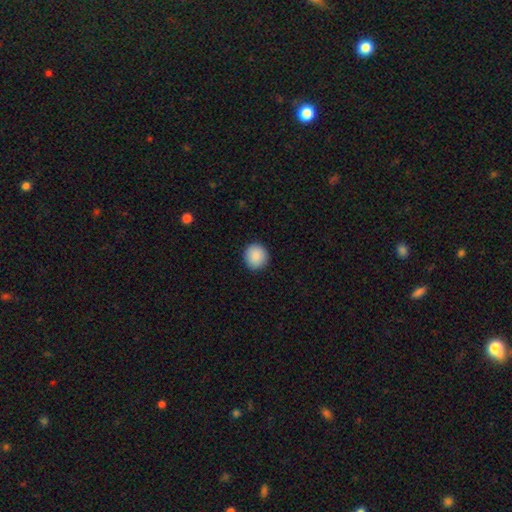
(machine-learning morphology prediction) This appears to be a smooth galaxy with no disk features (90%) that is round (91%). Merging: none (91%).